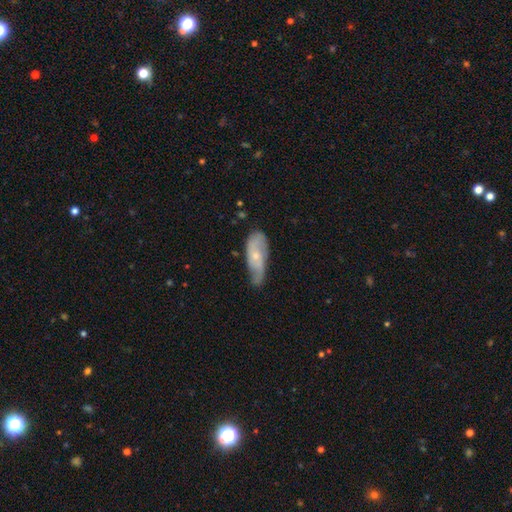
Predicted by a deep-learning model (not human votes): The model was most divided on "merging": none: 55%, minor disturbance: 34%, major disturbance: 10%, merger: 2%. More confident: edge-on disk — no (85%); spiral arms — yes (83%); bar — no (70%); bulge size — small (66%); smooth or featured — featured or disk (60%).